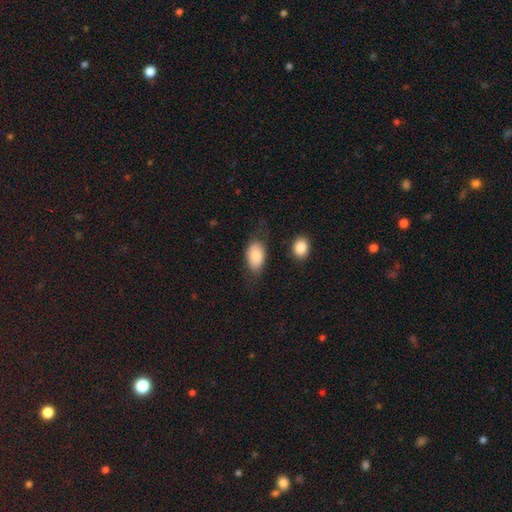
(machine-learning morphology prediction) Q: Smooth or featured?
A: smooth (82%); runner-up: featured or disk (11%)
Q: How rounded?
A: in between (90%); runner-up: round (8%)
Q: Merging?
A: none (62%); runner-up: minor disturbance (23%)